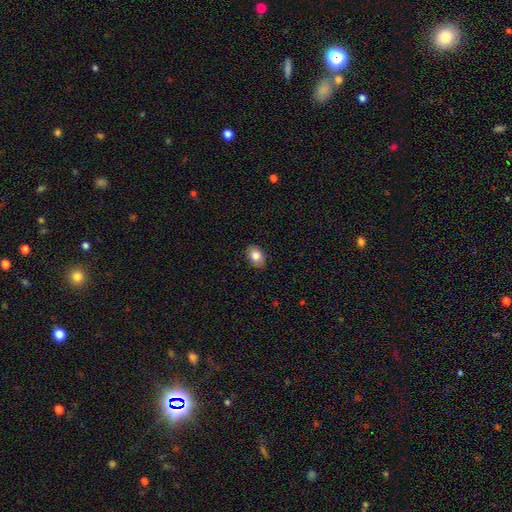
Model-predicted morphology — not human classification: smooth_or_featured: smooth (p=0.85) [alt: star or artifact p=0.08]
how_rounded: in between (p=0.83) [alt: round p=0.16]
merging: none (p=0.88) [alt: minor disturbance p=0.09]